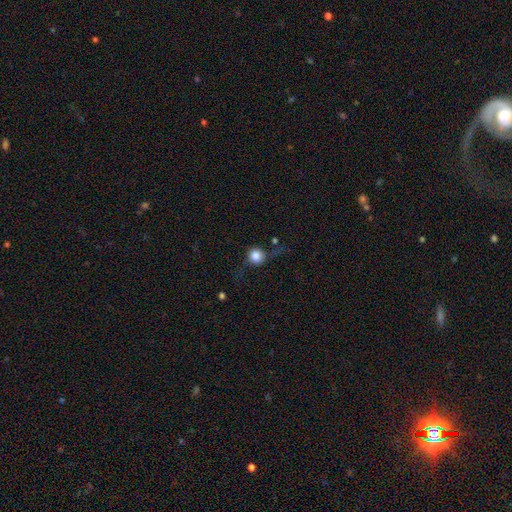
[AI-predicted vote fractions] A smooth galaxy with no disk features (73%) that is round (89%). Merging: none (57%).